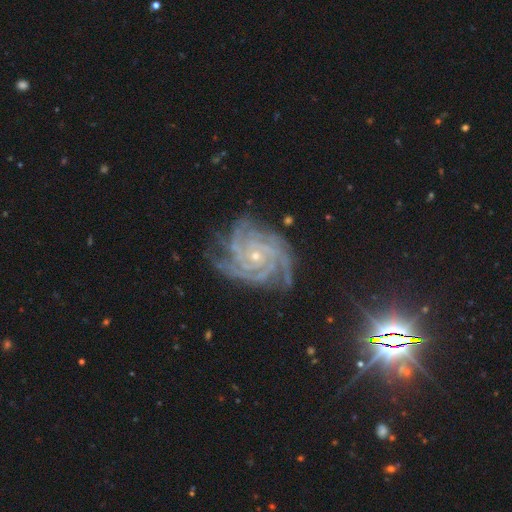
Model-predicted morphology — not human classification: A featured or disk galaxy (91%) with no bar (74%), 4 (35%) tight (77%) spiral arms (99%) and a small central bulge (79%).

Vote fractions:
- Smooth or featured? featured or disk: 91% / star or artifact: 6% / smooth: 3%
- Edge-on disk? no: 98% / yes: 2%
- Bar? no: 74% / weak: 18% / strong: 7%
- Spiral arms? yes: 99% / no: 1%
- Spiral winding? tight: 77% / medium: 21% / loose: 3%
- Spiral arm count? 4: 35% / more than 4: 20% / 3: 17% / can't tell: 12% / 2: 8% / 1: 7%
- Bulge size? small: 79% / moderate: 18% / none: 1% / large: 1% / dominant: 1%
- Merging? none: 72% / minor disturbance: 19% / major disturbance: 7% / merger: 2%